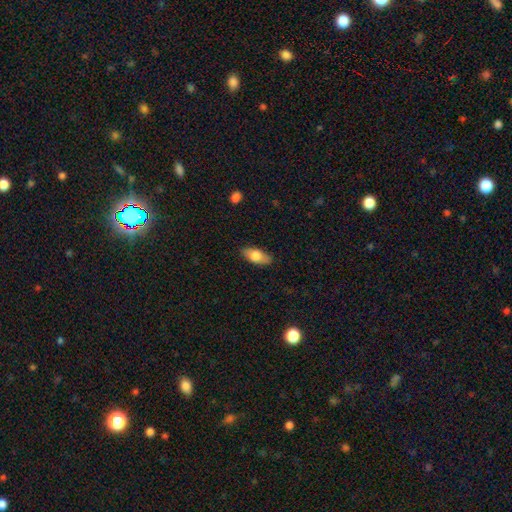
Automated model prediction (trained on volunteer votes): Smooth or featured? smooth (74%)
How rounded? in between (86%)
Merging? none (86%)